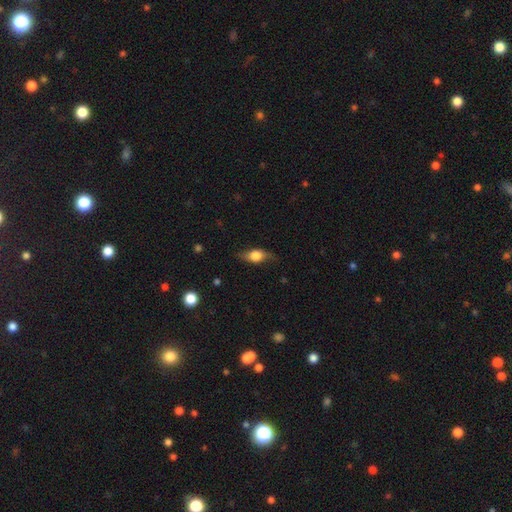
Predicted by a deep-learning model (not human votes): smooth_or_featured: smooth (p=0.54) [alt: featured or disk p=0.38]
how_rounded: in between (p=0.71) [alt: cigar-shaped p=0.16]
merging: none (p=0.73) [alt: minor disturbance p=0.20]